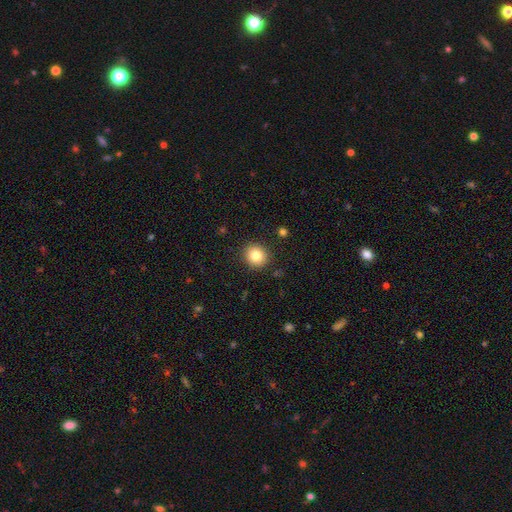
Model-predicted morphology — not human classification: smooth 81%, star or artifact 11%, featured or disk 9%. Down the decision tree: how rounded — round (85%); merging — none (90%).